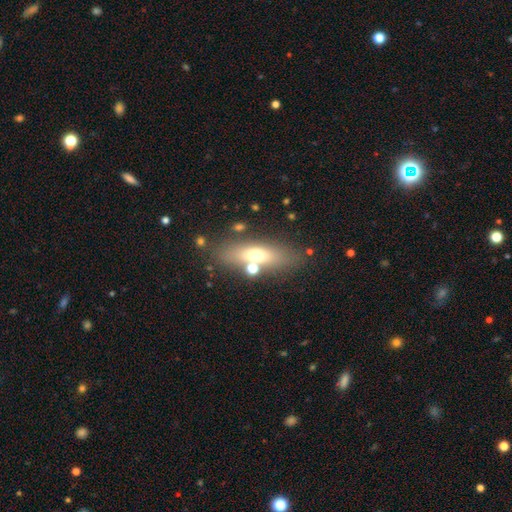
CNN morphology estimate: smooth-or-featured: smooth: 60% | featured or disk: 29% | star or artifact: 11%
  how-rounded: in between: 57% | cigar-shaped: 37% | round: 7%
  merging: none: 72% | minor disturbance: 11% | merger: 11% | major disturbance: 6%